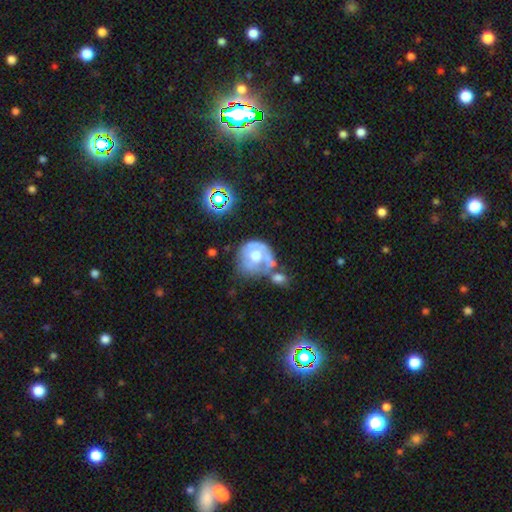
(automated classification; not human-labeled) A featured or disk galaxy (53%) with no bar (85%), no spiral arms (65%) and a moderate central bulge (68%).

Vote fractions:
- Smooth or featured? featured or disk: 53% / smooth: 38% / star or artifact: 9%
- Edge-on disk? no: 96% / yes: 4%
- Bar? no: 85% / weak: 12% / strong: 3%
- Spiral arms? no: 65% / yes: 35%
- Bulge size? moderate: 68% / large: 21% / small: 8% / none: 2% / dominant: 2%
- Merging? none: 29% (tied) / merger: 29% (tied) / minor disturbance: 21% / major disturbance: 21%